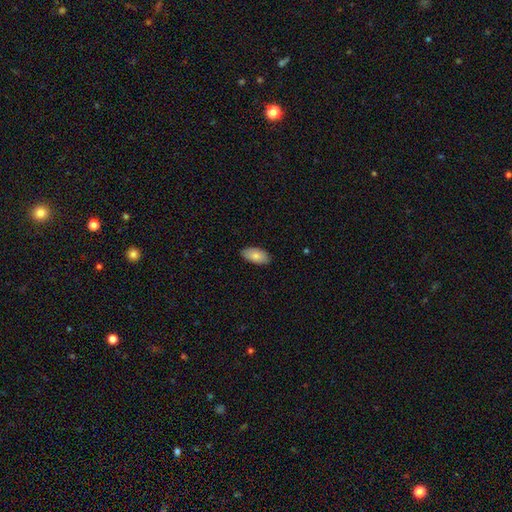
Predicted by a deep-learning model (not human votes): smooth_or_featured: smooth (p=0.83) [alt: featured or disk p=0.11]
how_rounded: in between (p=0.94) [alt: cigar-shaped p=0.04]
merging: none (p=0.87) [alt: minor disturbance p=0.11]